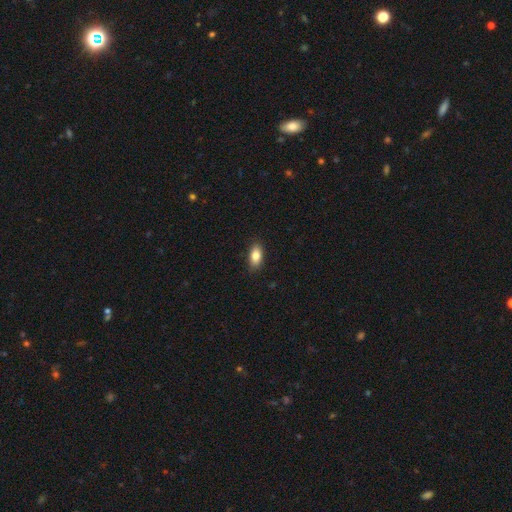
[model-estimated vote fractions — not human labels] Smooth or featured?
  - smooth: 84% *
  - featured or disk: 9%
  - star or artifact: 8%
How rounded?
  - in between: 90% *
  - round: 5%
  - cigar-shaped: 5%
Merging?
  - none: 87% *
  - minor disturbance: 10%
  - major disturbance: 2%
  - merger: 1%